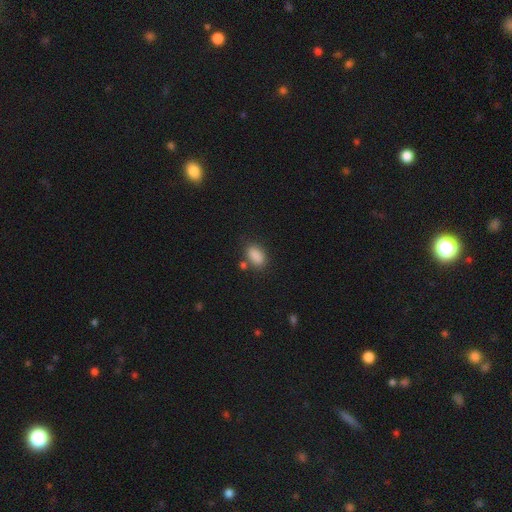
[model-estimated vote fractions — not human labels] smooth-or-featured: smooth: 88% | star or artifact: 9% | featured or disk: 4%
  how-rounded: in between: 89% | round: 9% | cigar-shaped: 2%
  merging: none: 75% | minor disturbance: 14% | merger: 8% | major disturbance: 4%